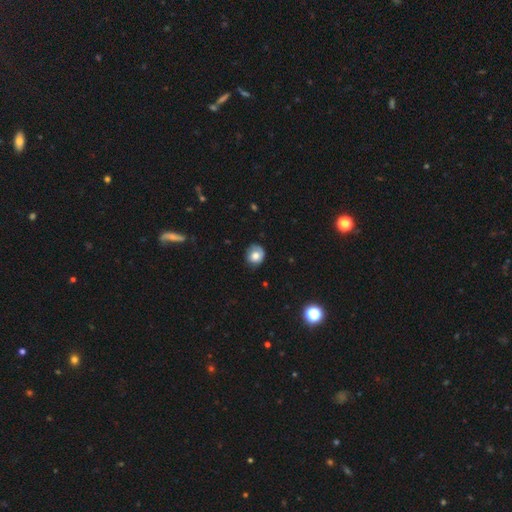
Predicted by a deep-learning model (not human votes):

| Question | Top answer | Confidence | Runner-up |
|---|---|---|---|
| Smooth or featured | smooth | 73% | featured or disk (17%) |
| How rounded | round | 75% | in between (24%) |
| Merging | none | 66% | minor disturbance (26%) |